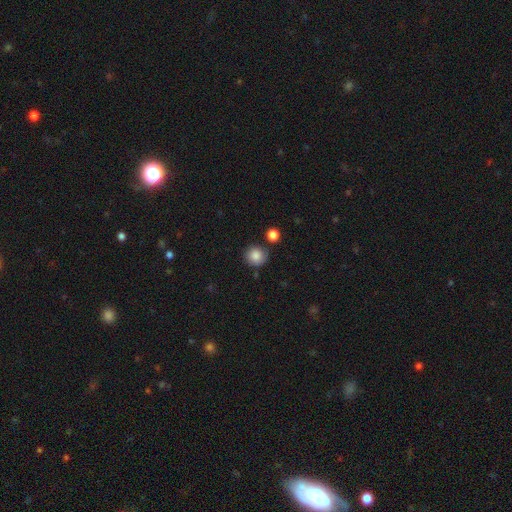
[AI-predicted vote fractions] Overall: smooth (86%). How rounded: round (89%). Merging: none (80%).